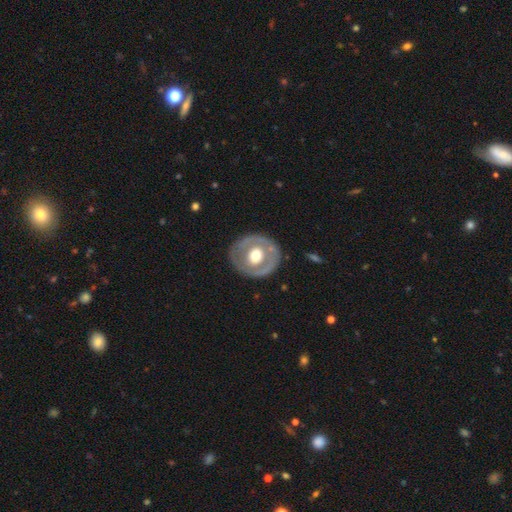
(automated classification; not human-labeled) smooth_or_featured: featured or disk (p=0.57) [alt: smooth p=0.38]
disk_edge_on: no (p=0.95) [alt: yes p=0.05]
bar: no (p=0.79) [alt: weak p=0.15]
has_spiral_arms: no (p=0.85) [alt: yes p=0.15]
bulge_size: moderate (p=0.63) [alt: large p=0.29]
merging: none (p=0.82) [alt: minor disturbance p=0.12]